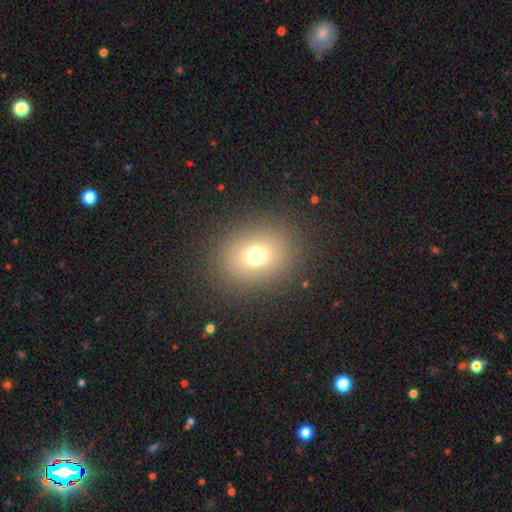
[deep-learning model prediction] Smooth or featured? smooth (72%)
How rounded? round (56%)
Merging? none (87%)